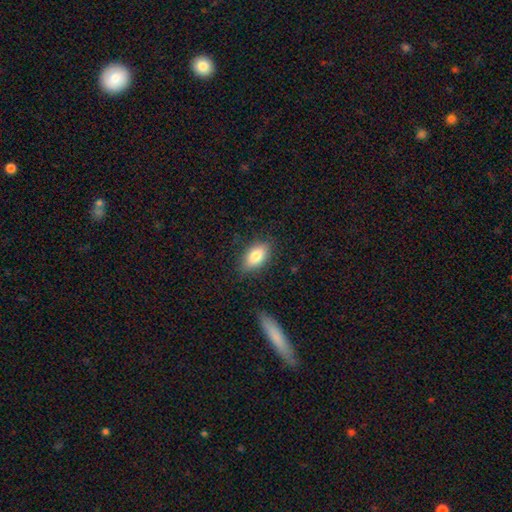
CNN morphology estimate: Smooth or featured? smooth (80%)
How rounded? in between (88%)
Merging? none (81%)